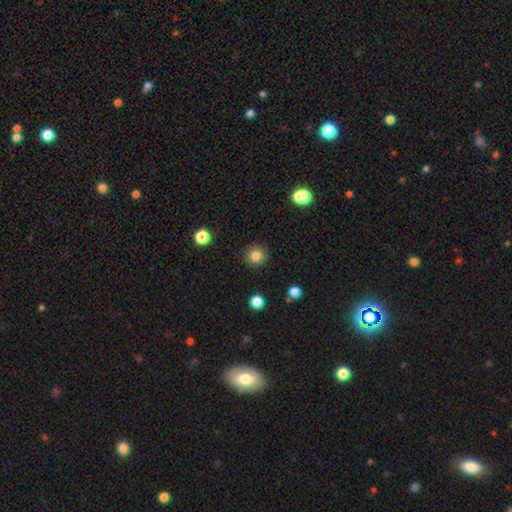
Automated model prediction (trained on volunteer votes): This is clearly a smooth galaxy (81%). How rounded: clearly round (94%). Merging: clearly none (91%).